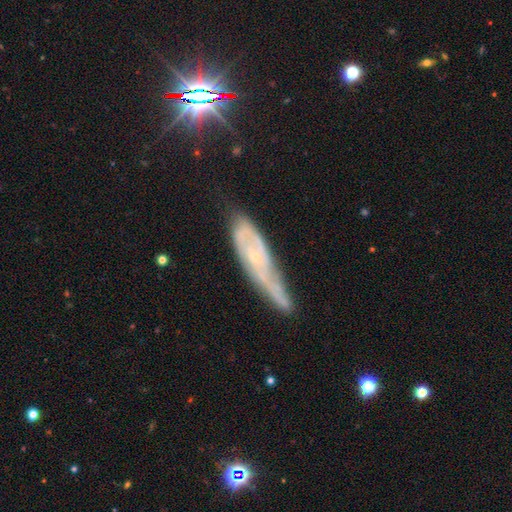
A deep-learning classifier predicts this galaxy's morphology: A featured or disk galaxy (68%). Merging: none (43%).